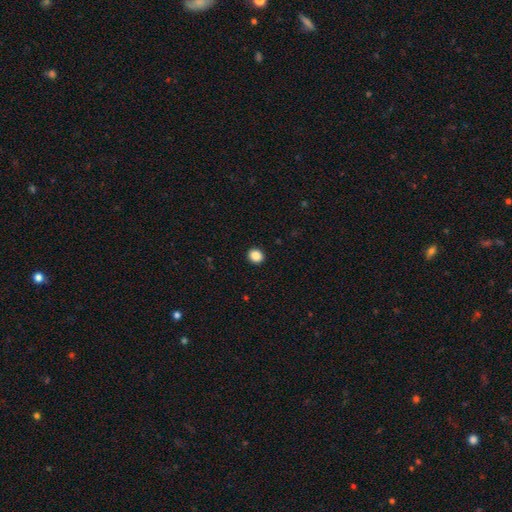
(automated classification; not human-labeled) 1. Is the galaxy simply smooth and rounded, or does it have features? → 87% smooth, 9% star or artifact, 3% featured or disk.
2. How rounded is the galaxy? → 72% round, 27% in between, 1% cigar-shaped.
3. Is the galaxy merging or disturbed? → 92% none, 5% minor disturbance, 2% major disturbance, 1% merger.